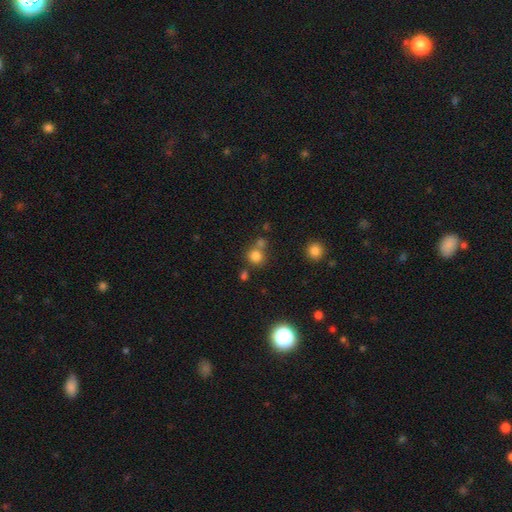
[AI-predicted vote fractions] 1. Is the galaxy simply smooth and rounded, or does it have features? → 79% smooth, 15% star or artifact, 7% featured or disk.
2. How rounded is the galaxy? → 89% round, 10% in between, 1% cigar-shaped.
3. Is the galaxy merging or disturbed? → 62% none, 26% merger, 8% minor disturbance, 4% major disturbance.